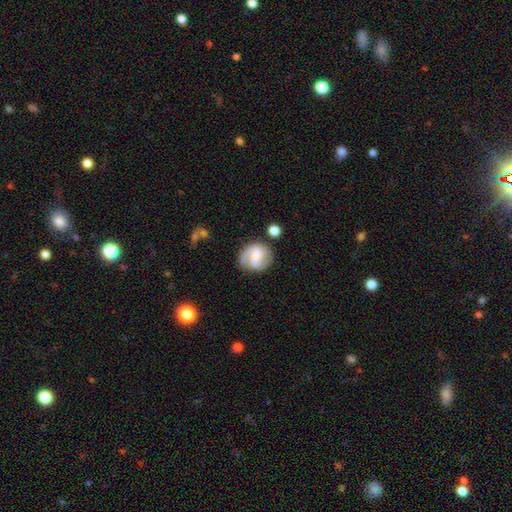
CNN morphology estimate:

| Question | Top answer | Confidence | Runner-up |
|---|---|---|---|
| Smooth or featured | featured or disk | 71% | smooth (23%) |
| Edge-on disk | no | 98% | yes (2%) |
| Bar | no | 48% | weak (42%) |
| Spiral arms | yes | 93% | no (7%) |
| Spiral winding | medium | 48% | tight (30%) |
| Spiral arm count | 2 | 75% | can't tell (9%) |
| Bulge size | small | 47% | moderate (33%) |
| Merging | none | 68% | minor disturbance (18%) |